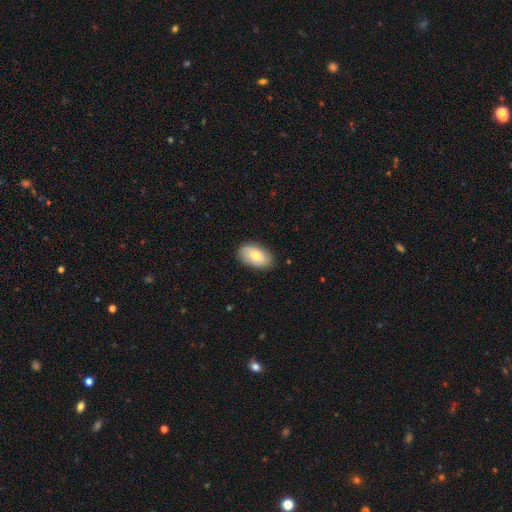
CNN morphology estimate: A smooth galaxy with no disk features (73%) that is in between round and cigar-shaped (92%).

Vote fractions:
- Smooth or featured? smooth: 73% / featured or disk: 20% / star or artifact: 7%
- How rounded? in between: 92% / round: 6% / cigar-shaped: 2%
- Merging? none: 84% / minor disturbance: 12% / major disturbance: 3% / merger: 1%